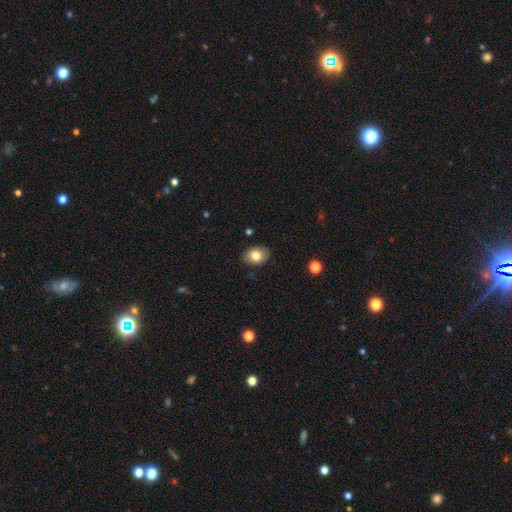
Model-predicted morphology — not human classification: Smooth or featured? Predicted: smooth (p=0.81). How rounded? Predicted: in between (p=0.73). Merging? Predicted: none (p=0.87).